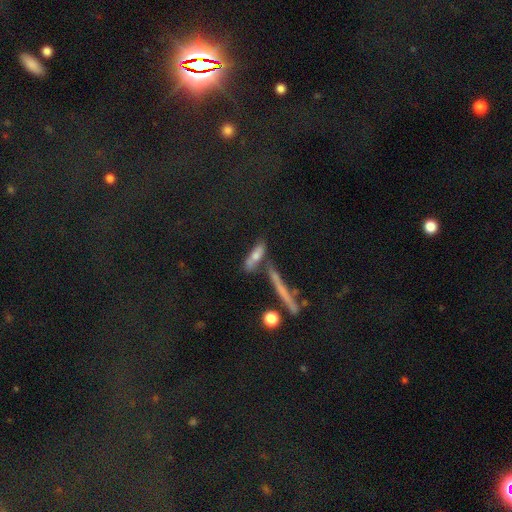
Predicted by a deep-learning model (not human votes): Smooth or featured?
  - smooth: 59% *
  - featured or disk: 28%
  - star or artifact: 13%
How rounded?
  - cigar-shaped: 57% *
  - in between: 37%
  - round: 6%
Merging?
  - none: 50% *
  - merger: 27%
  - minor disturbance: 15%
  - major disturbance: 8%